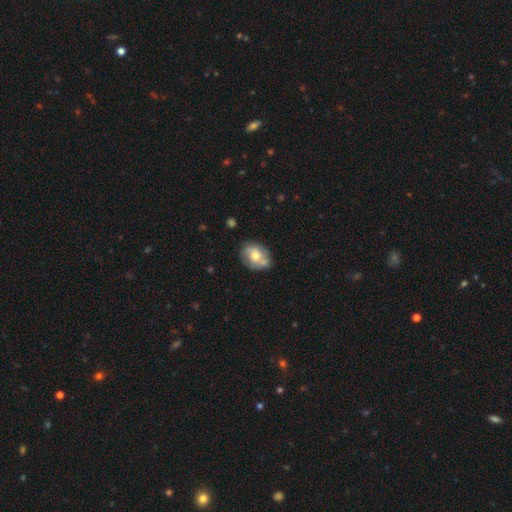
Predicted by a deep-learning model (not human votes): A smooth galaxy with no disk features (56%) that is in between round and cigar-shaped (52%).

Vote fractions:
- Smooth or featured? smooth: 56% / featured or disk: 37% / star or artifact: 8%
- How rounded? in between: 52% / round: 47% / cigar-shaped: 1%
- Merging? none: 55% / minor disturbance: 24% / merger: 15% / major disturbance: 6%